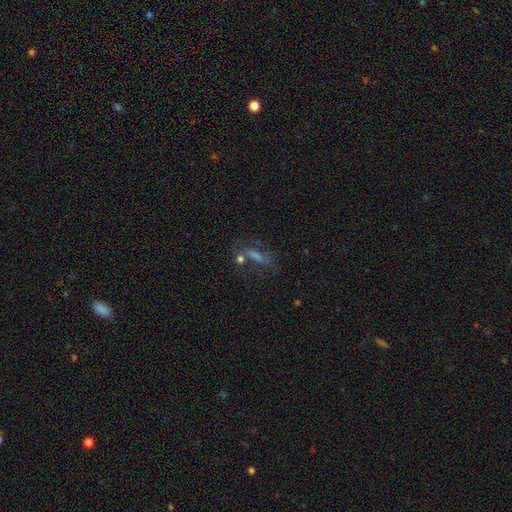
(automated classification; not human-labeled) Smooth or featured: featured or disk — 36% (smooth — 33%)
Merging: none — 51% (major disturbance — 17%)